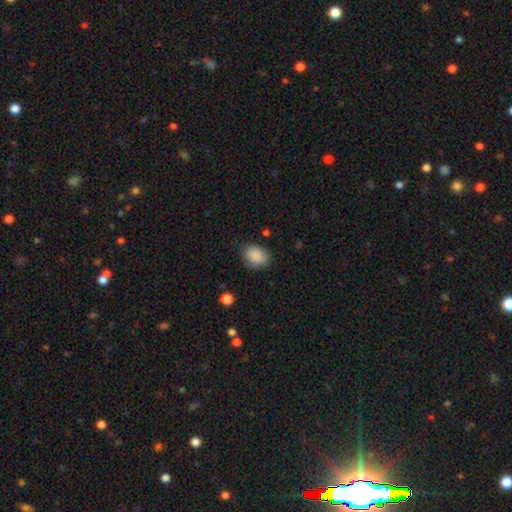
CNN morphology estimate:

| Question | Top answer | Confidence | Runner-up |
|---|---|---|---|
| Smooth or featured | smooth | 89% | star or artifact (8%) |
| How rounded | in between | 70% | round (29%) |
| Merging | none | 80% | minor disturbance (15%) |